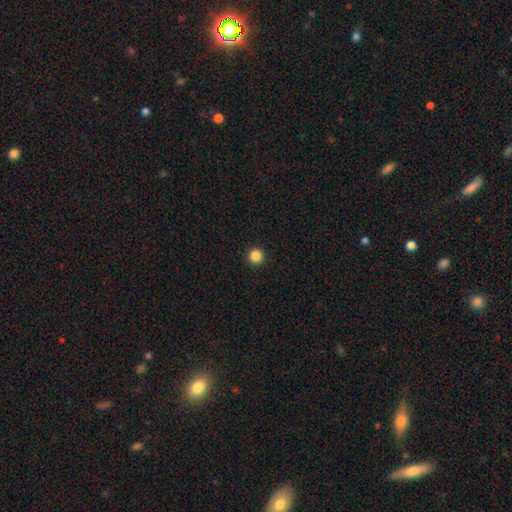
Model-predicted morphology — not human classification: type=smooth (86%); roundness=round (97%); merging=none (94%).